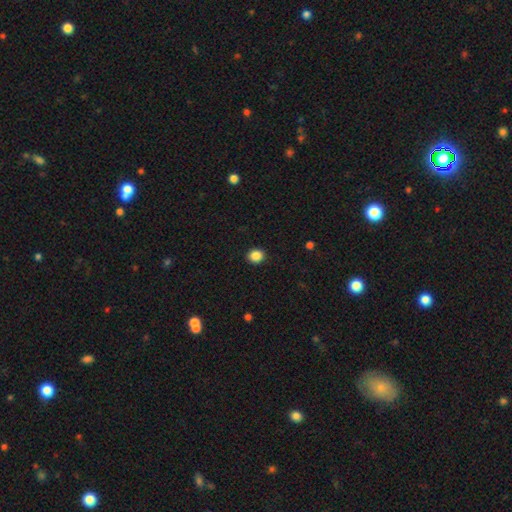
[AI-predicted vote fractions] smooth_or_featured: smooth (p=0.87) [alt: star or artifact p=0.10]
how_rounded: round (p=0.74) [alt: in between p=0.26]
merging: none (p=0.92) [alt: minor disturbance p=0.05]